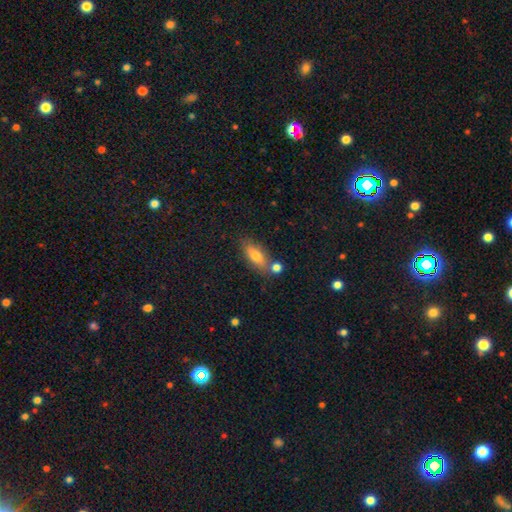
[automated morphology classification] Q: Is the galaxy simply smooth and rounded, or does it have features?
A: smooth — 72%.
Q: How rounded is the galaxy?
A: in between — 75%.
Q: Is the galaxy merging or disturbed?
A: none — 67%.